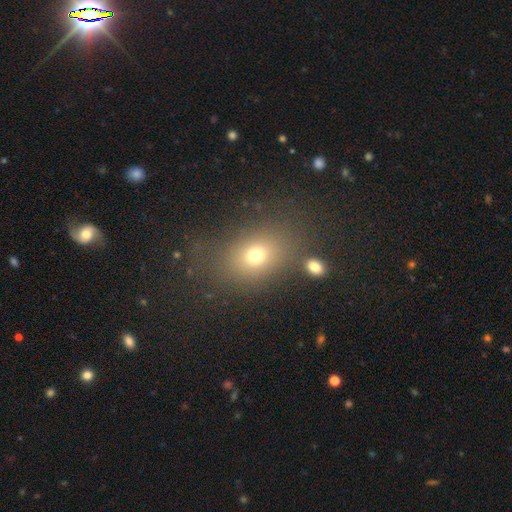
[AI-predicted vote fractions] A smooth galaxy with no disk features (70%) that is in between round and cigar-shaped (66%).

Vote fractions:
- Smooth or featured? smooth: 70% / star or artifact: 17% / featured or disk: 13%
- How rounded? in between: 66% / round: 32% / cigar-shaped: 2%
- Merging? none: 72% / minor disturbance: 13% / major disturbance: 8% / merger: 6%